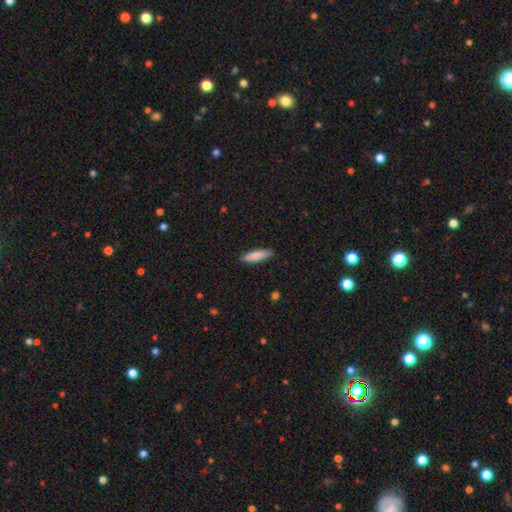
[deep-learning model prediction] Overall: smooth (84%). How rounded: cigar-shaped (66%; in between 33%). Merging: none (89%).